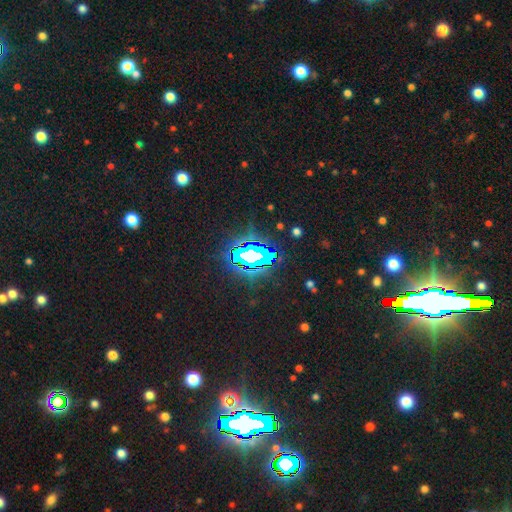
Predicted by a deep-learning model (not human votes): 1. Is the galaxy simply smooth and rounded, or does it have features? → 81% star or artifact, 12% smooth, 8% featured or disk.